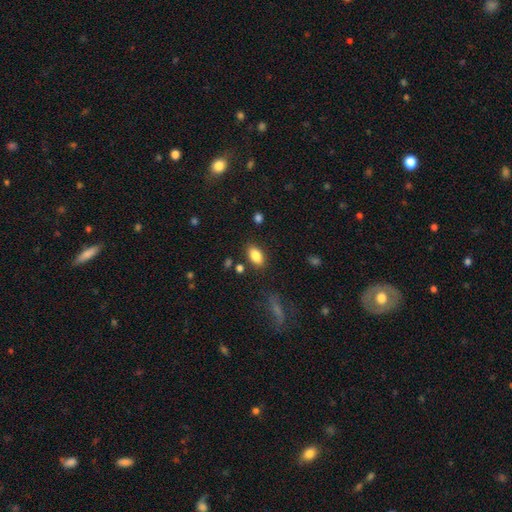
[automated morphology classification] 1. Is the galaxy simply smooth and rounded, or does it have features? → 85% smooth, 8% star or artifact, 7% featured or disk.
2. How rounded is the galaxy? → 90% in between, 6% round, 4% cigar-shaped.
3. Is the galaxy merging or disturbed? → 84% none, 10% minor disturbance, 3% major disturbance, 3% merger.